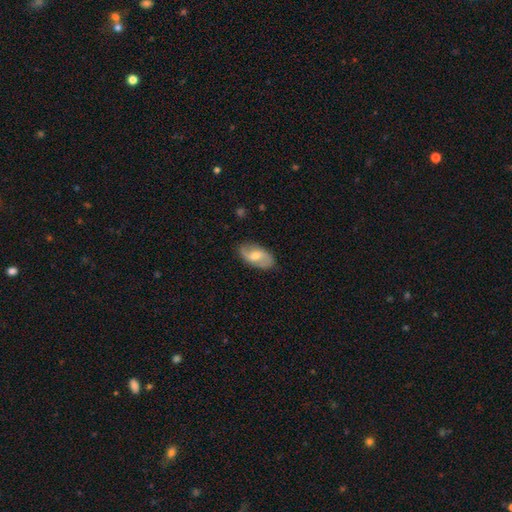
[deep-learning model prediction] Smooth or featured? featured or disk (64%)
Edge-on disk? no (95%)
Bar? weak (47%)
Spiral arms? yes (89%)
Spiral winding? loose (51%)
Spiral arm count? 2 (89%)
Bulge size? moderate (59%)
Merging? none (82%)